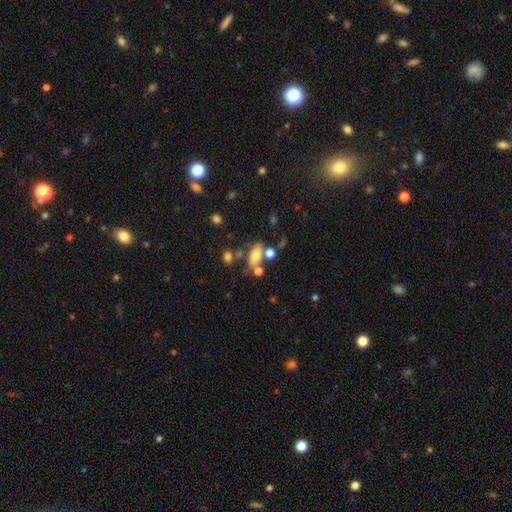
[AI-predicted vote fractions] A smooth galaxy with no disk features (71%) that is in between round and cigar-shaped (81%).

Vote fractions:
- Smooth or featured? smooth: 71% / featured or disk: 18% / star or artifact: 11%
- How rounded? in between: 81% / cigar-shaped: 12% / round: 8%
- Merging? none: 51% / merger: 23% / minor disturbance: 17% / major disturbance: 9%